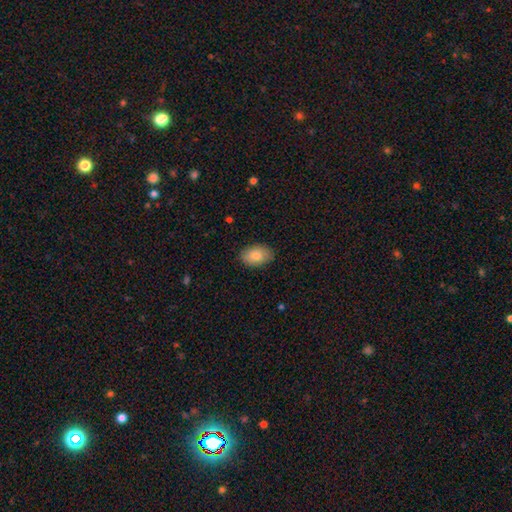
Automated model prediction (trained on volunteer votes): Q: Smooth or featured?
A: smooth (85%); runner-up: featured or disk (9%)
Q: How rounded?
A: in between (89%); runner-up: round (9%)
Q: Merging?
A: none (87%); runner-up: minor disturbance (10%)